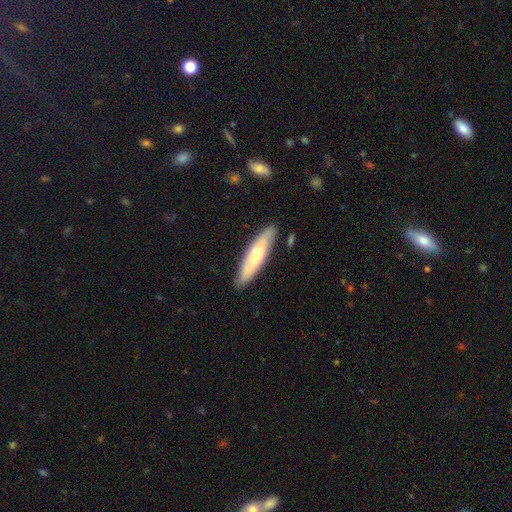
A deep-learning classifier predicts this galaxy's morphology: A smooth galaxy with no disk features (64%) that is cigar-shaped (77%).

Vote fractions:
- Smooth or featured? smooth: 64% / featured or disk: 30% / star or artifact: 5%
- How rounded? cigar-shaped: 77% / in between: 22% / round: 1%
- Merging? none: 84% / minor disturbance: 12% / major disturbance: 2% / merger: 2%